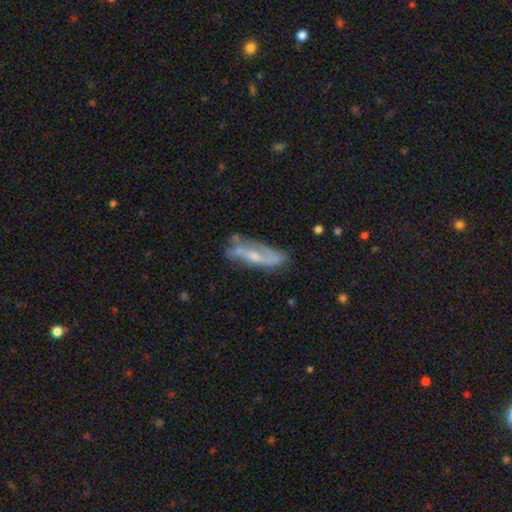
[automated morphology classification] featured or disk 70%, smooth 22%, star or artifact 7%. Down the decision tree: edge-on disk — no (77%); bar — no (39%, tied with weak); spiral arms — yes (83%); bulge size — small (55%); merging — none (58%).